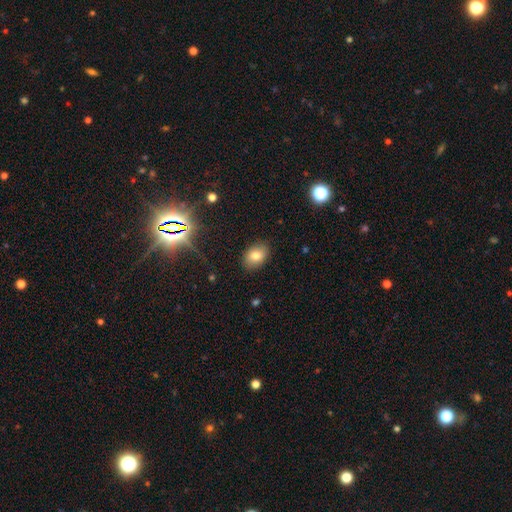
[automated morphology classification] Q: Smooth or featured?
A: smooth (77%); runner-up: star or artifact (11%)
Q: How rounded?
A: in between (79%); runner-up: round (20%)
Q: Merging?
A: none (86%); runner-up: minor disturbance (10%)